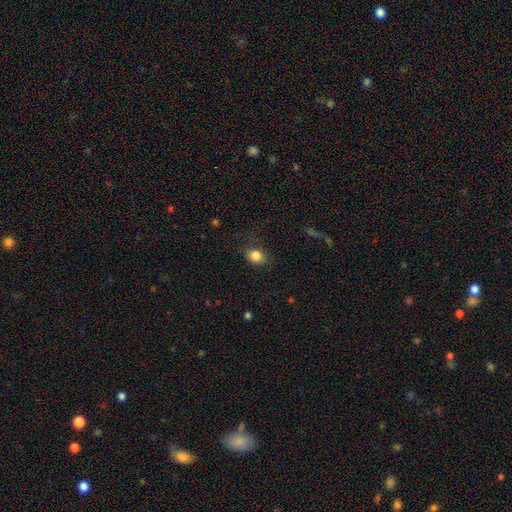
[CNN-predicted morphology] Smooth or featured? Predicted: smooth (p=0.84). How rounded? Predicted: round (p=0.50). Merging? Predicted: none (p=0.75).